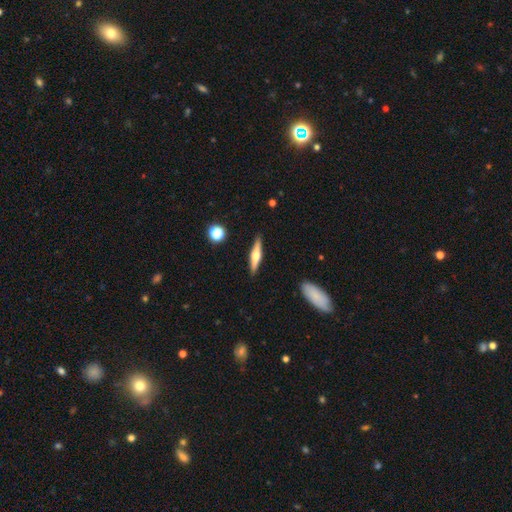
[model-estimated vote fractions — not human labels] Smooth or featured?
  - featured or disk: 55% *
  - smooth: 39%
  - star or artifact: 6%
Edge-on disk?
  - yes: 96% *
  - no: 4%
Edge-on bulge?
  - rounded: 88% *
  - boxy: 7%
  - none: 5%
Merging?
  - none: 89% *
  - minor disturbance: 8%
  - major disturbance: 2%
  - merger: 2%